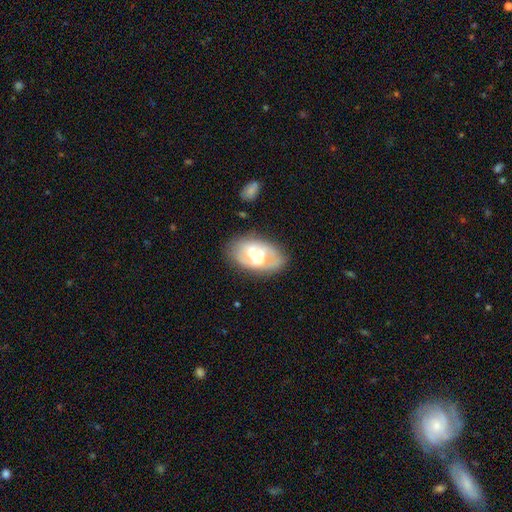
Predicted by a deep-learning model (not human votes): featured or disk 72%, smooth 22%, star or artifact 6%. Down the decision tree: edge-on disk — no (95%); bar — no (43%); spiral arms — yes (77%); spiral arm count — 2 (60%); spiral winding — medium (43%); bulge size — moderate (56%); merging — none (69%).